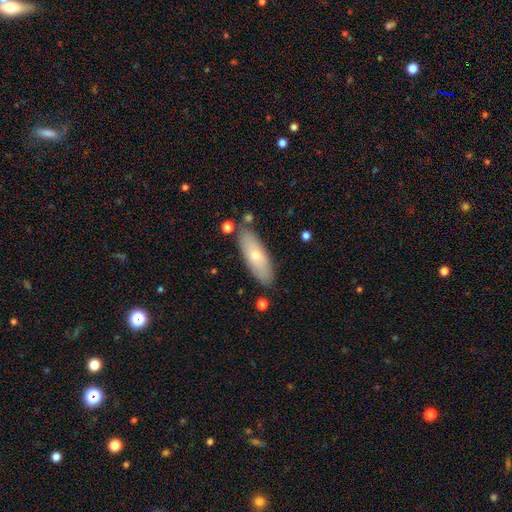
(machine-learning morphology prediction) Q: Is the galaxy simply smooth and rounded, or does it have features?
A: smooth — 64%.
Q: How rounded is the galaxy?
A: in between — 57%.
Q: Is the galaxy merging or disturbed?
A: none — 81%.